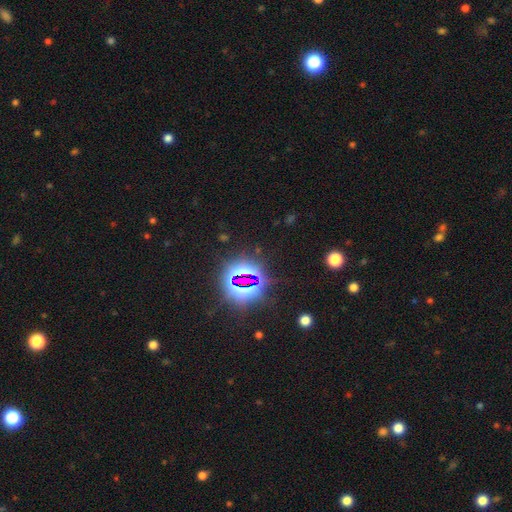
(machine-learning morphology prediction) star or artifact 78%, smooth 12%, featured or disk 10%.